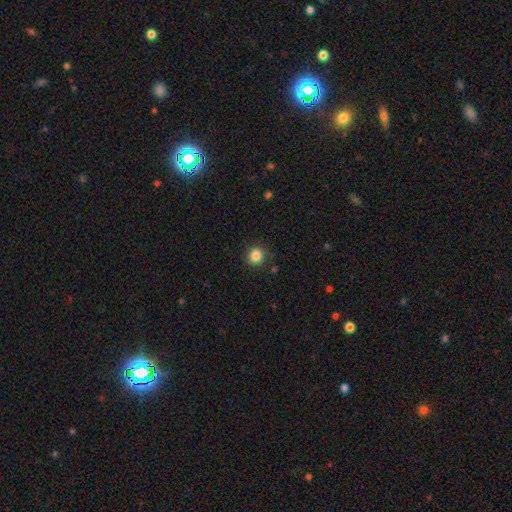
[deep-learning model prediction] Q: Smooth or featured?
A: smooth (85%); runner-up: star or artifact (11%)
Q: How rounded?
A: round (87%); runner-up: in between (12%)
Q: Merging?
A: none (88%); runner-up: minor disturbance (8%)